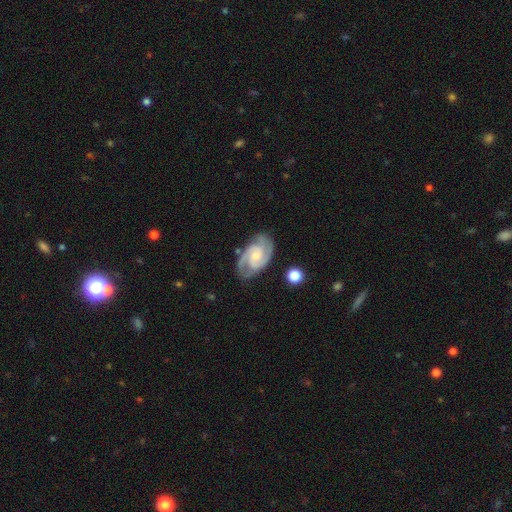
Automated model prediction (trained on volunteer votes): Overall: featured or disk (89%). Edge-on disk: no (97%). Bar: no (53%; weak 39%). Spiral arms: yes (98%). Spiral arm count: 2 (75%). Spiral winding: medium (47%; tight 46%). Bulge size: small (51%; moderate 31%). Merging: none (77%).